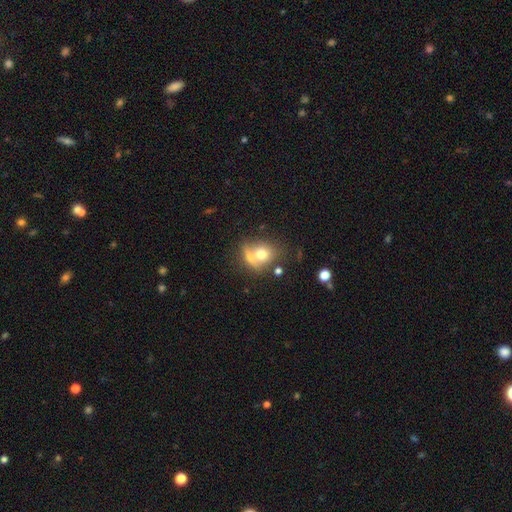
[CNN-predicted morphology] Smooth or featured?
  - smooth: 68% *
  - featured or disk: 22%
  - star or artifact: 10%
How rounded?
  - round: 68% *
  - in between: 30%
  - cigar-shaped: 2%
Merging?
  - merger: 49% *
  - none: 33%
  - minor disturbance: 11%
  - major disturbance: 7%